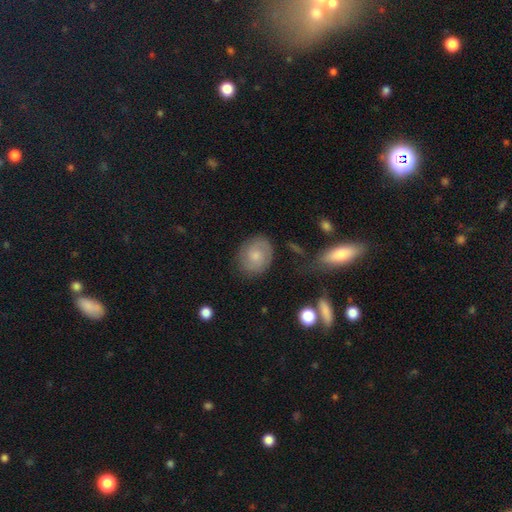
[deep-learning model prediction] smooth_or_featured: featured or disk (p=0.50) [alt: smooth p=0.42]
merging: none (p=0.80) [alt: minor disturbance p=0.13]